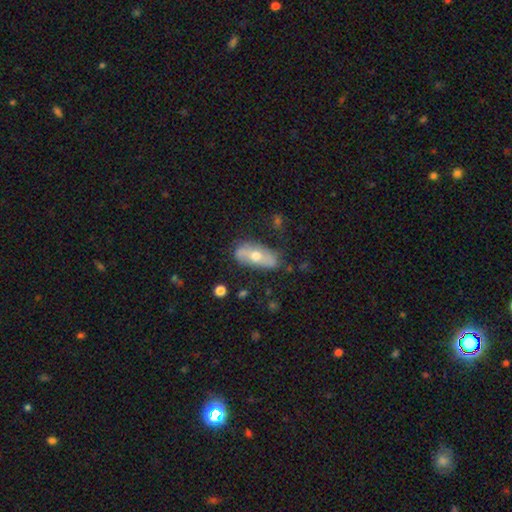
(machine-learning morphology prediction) smooth 47% (tied), featured or disk 47% (tied), star or artifact 7%. Down the decision tree: merging — none (70%).